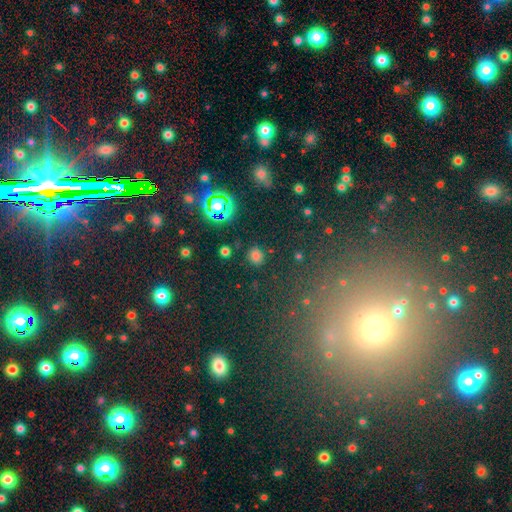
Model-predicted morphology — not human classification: smooth 71%, star or artifact 23%, featured or disk 6%. Down the decision tree: how rounded — round (81%); merging — none (86%).